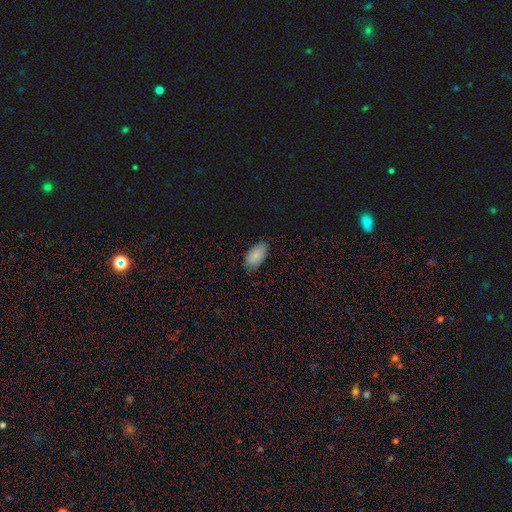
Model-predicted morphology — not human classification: Q: Smooth or featured?
A: smooth (86%); runner-up: star or artifact (7%)
Q: How rounded?
A: in between (94%); runner-up: round (4%)
Q: Merging?
A: none (77%); runner-up: minor disturbance (19%)